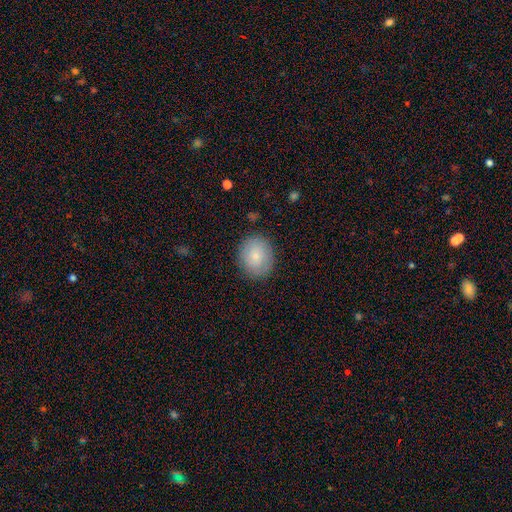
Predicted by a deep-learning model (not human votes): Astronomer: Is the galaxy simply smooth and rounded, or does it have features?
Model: smooth — 80%.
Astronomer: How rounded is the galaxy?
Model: round — 63%.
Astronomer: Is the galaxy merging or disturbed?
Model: none — 85%.